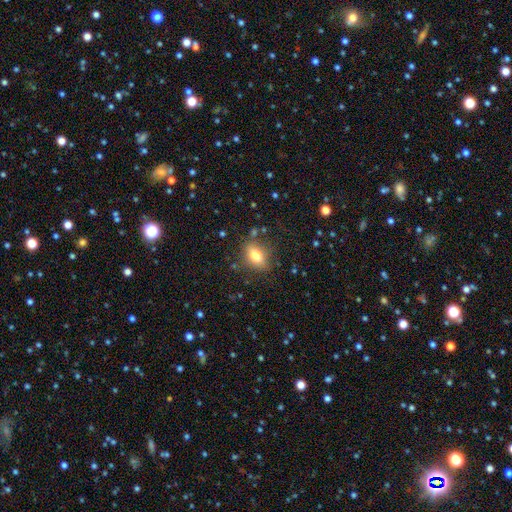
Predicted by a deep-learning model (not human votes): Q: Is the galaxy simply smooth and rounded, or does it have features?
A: smooth — 77%.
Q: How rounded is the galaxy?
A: in between — 78%.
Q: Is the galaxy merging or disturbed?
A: none — 80%.